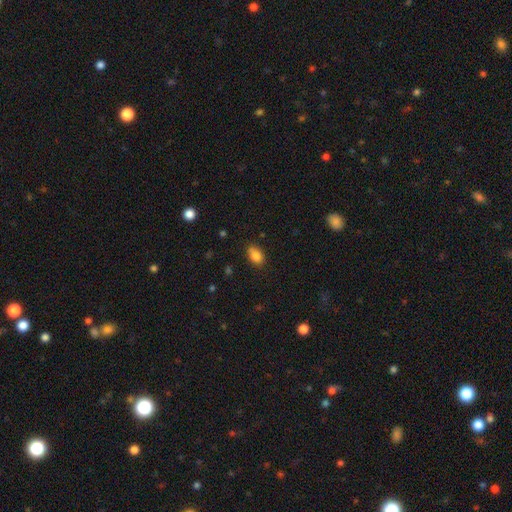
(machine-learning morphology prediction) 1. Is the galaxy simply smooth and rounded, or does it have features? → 85% smooth, 9% star or artifact, 6% featured or disk.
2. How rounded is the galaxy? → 86% in between, 12% round, 2% cigar-shaped.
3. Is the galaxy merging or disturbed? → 80% none, 16% minor disturbance, 3% major disturbance, 1% merger.